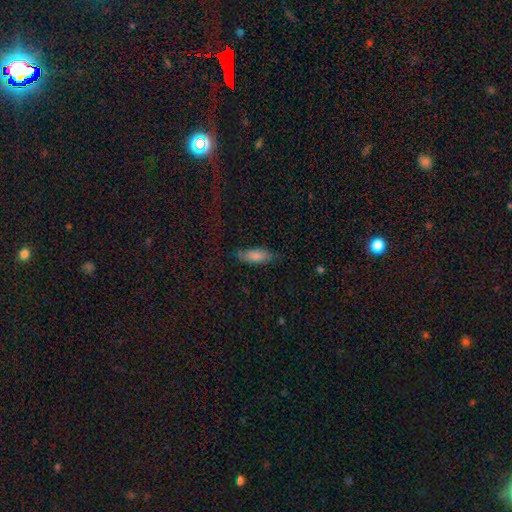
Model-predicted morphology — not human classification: Smooth or featured?
  - smooth: 80% *
  - featured or disk: 12%
  - star or artifact: 8%
How rounded?
  - in between: 71% *
  - cigar-shaped: 27%
  - round: 2%
Merging?
  - none: 72% *
  - minor disturbance: 21%
  - major disturbance: 6%
  - merger: 2%